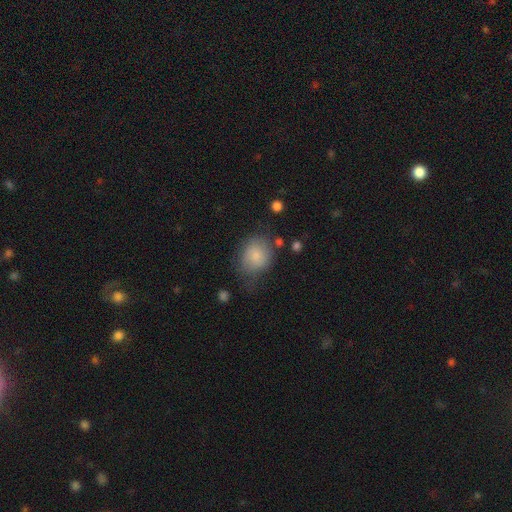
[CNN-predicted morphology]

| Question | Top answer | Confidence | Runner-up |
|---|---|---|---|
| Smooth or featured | smooth | 81% | featured or disk (12%) |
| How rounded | round | 56% | in between (44%) |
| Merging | none | 53% | minor disturbance (29%) |